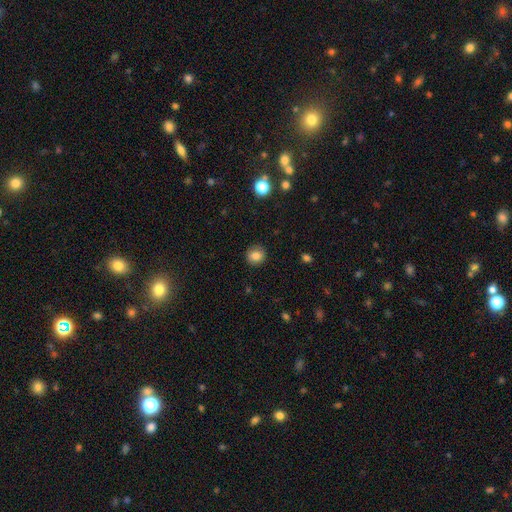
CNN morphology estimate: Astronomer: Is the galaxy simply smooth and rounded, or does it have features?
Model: smooth — 82%.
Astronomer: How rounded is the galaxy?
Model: round — 90%.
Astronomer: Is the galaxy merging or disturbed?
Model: none — 89%.